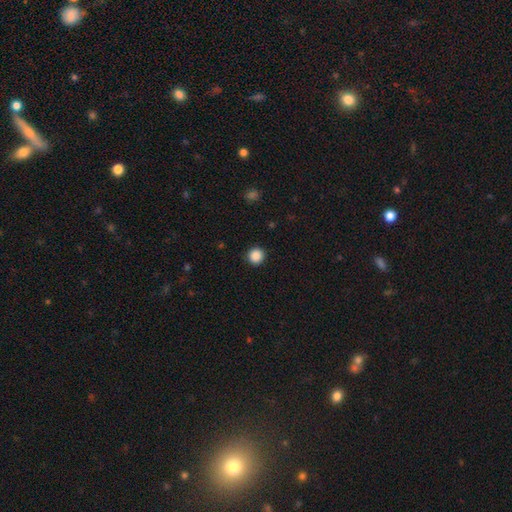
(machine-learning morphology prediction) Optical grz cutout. It shows a smooth galaxy with no disk features (88%) that is round (94%). Merging: none (92%).